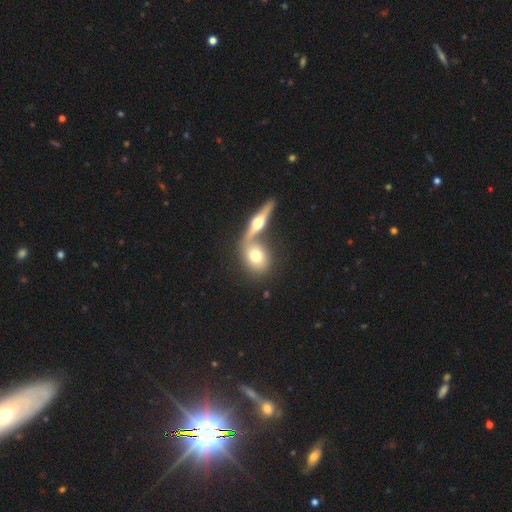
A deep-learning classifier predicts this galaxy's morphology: smooth_or_featured: smooth (p=0.61) [alt: featured or disk p=0.32]
how_rounded: in between (p=0.52) [alt: round p=0.42]
merging: merger (p=0.45) [alt: none p=0.43]